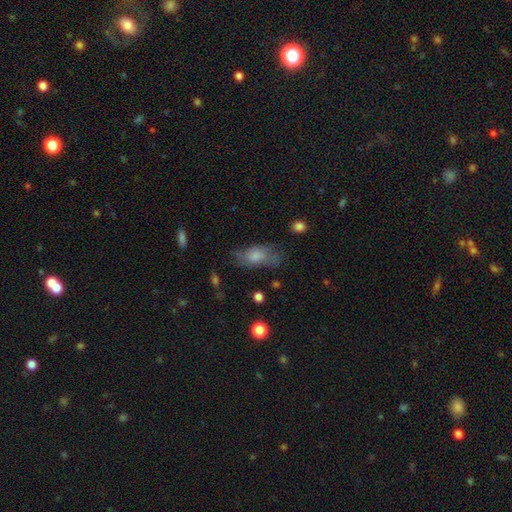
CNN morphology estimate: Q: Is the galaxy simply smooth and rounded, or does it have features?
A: smooth — 63%.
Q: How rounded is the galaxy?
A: in between — 85%.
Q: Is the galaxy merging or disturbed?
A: none — 51%.